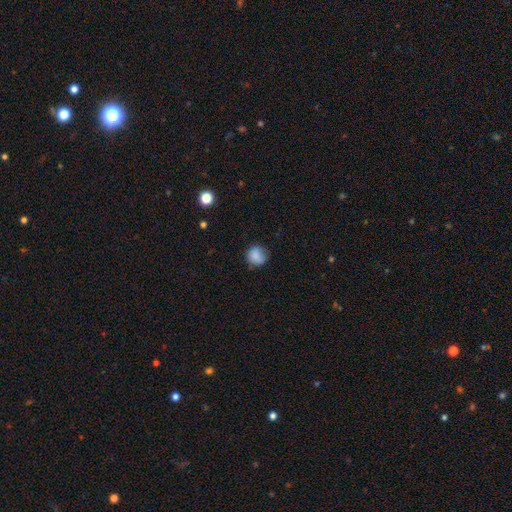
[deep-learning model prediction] smooth_or_featured: smooth (p=0.84) [alt: star or artifact p=0.09]
how_rounded: round (p=0.87) [alt: in between p=0.12]
merging: none (p=0.75) [alt: minor disturbance p=0.20]